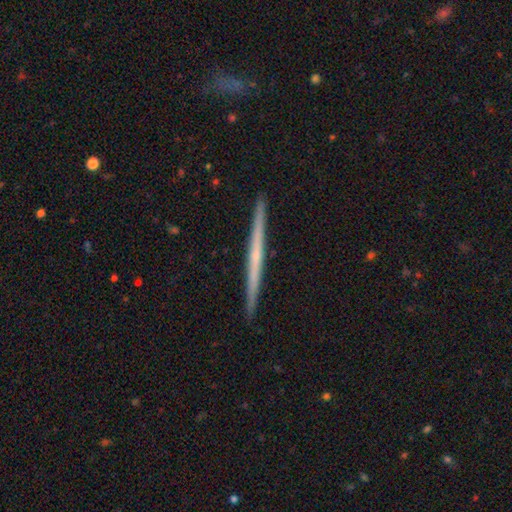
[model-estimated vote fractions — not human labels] This is likely a featured or disk galaxy (66%). It is clearly viewed edge-on (98%). Edge-on bulge: likely none (76%). Merging: clearly none (93%).